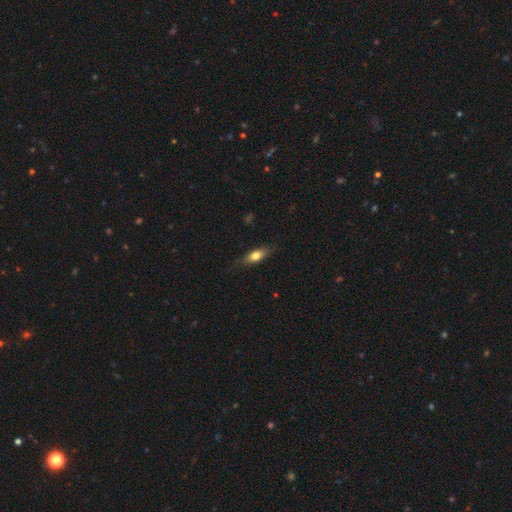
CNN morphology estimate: This appears to be a smooth galaxy with no disk features (68%) that is in between round and cigar-shaped (62%). Merging: none (79%).